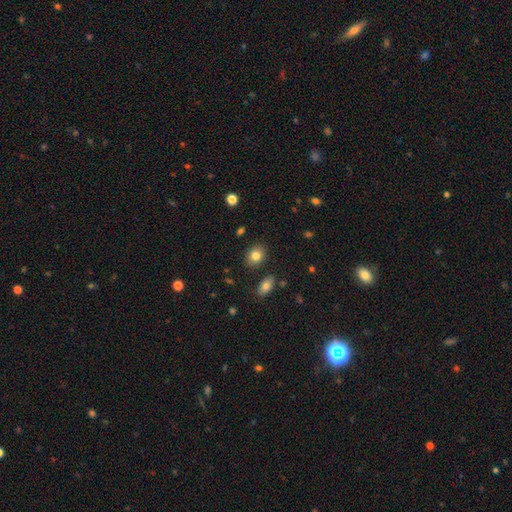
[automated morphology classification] The model was most divided on "how rounded": in between: 57%, round: 42%, cigar-shaped: 1%. More confident: merging — none (85%); smooth or featured — smooth (82%).